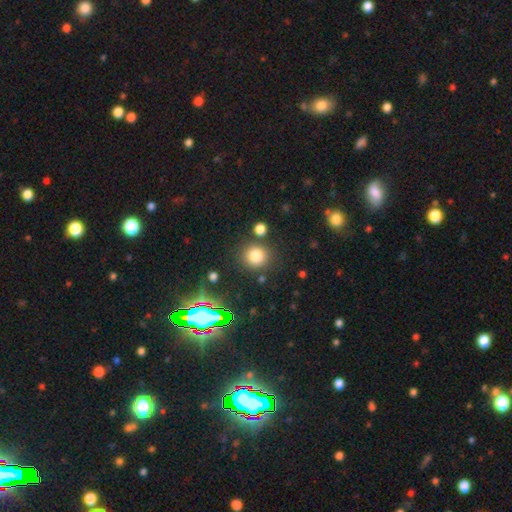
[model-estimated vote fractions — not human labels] A smooth galaxy with no disk features (79%) that is round (87%).

Vote fractions:
- Smooth or featured? smooth: 79% / star or artifact: 15% / featured or disk: 6%
- How rounded? round: 87% / in between: 12% / cigar-shaped: 1%
- Merging? none: 82% / minor disturbance: 9% / merger: 6% / major disturbance: 3%